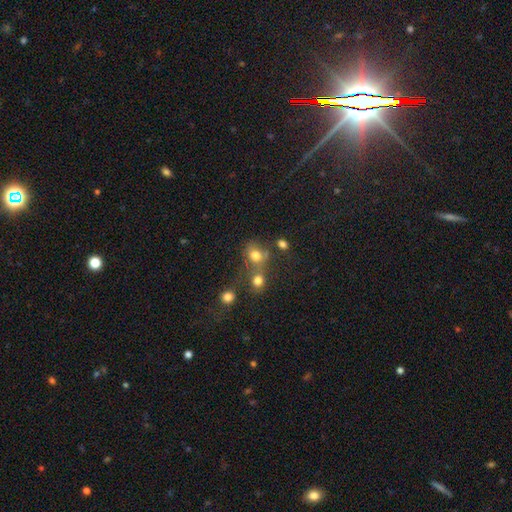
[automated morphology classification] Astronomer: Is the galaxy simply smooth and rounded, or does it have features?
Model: smooth — 74%.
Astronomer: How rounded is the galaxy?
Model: round — 65%.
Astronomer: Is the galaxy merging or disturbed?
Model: none — 44% (runner-up: merger, 35%).